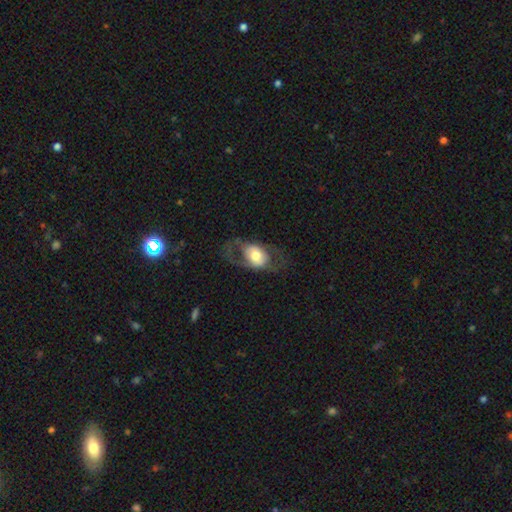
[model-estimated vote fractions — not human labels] The model was most divided on "smooth or featured": featured or disk: 52%, smooth: 42%, star or artifact: 6%. More confident: edge-on disk — no (89%); merging — none (61%).